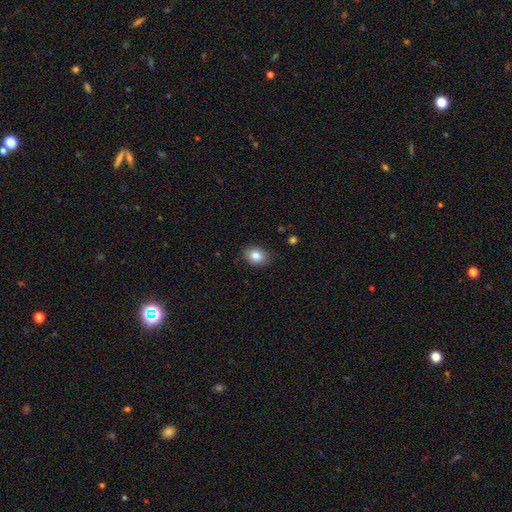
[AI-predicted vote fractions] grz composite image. It shows a smooth galaxy with no disk features (84%) that is in between round and cigar-shaped (59%). Merging: none (86%).